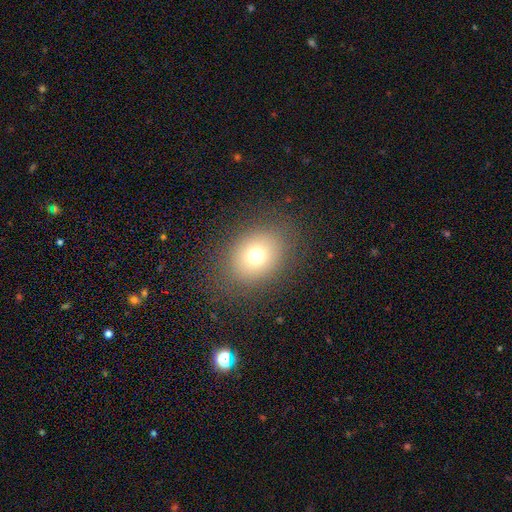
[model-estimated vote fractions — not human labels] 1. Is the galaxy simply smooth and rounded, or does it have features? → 72% smooth, 16% star or artifact, 12% featured or disk.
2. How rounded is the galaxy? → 51% in between, 48% round, 1% cigar-shaped.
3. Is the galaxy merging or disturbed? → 84% none, 9% minor disturbance, 6% major disturbance, 1% merger.